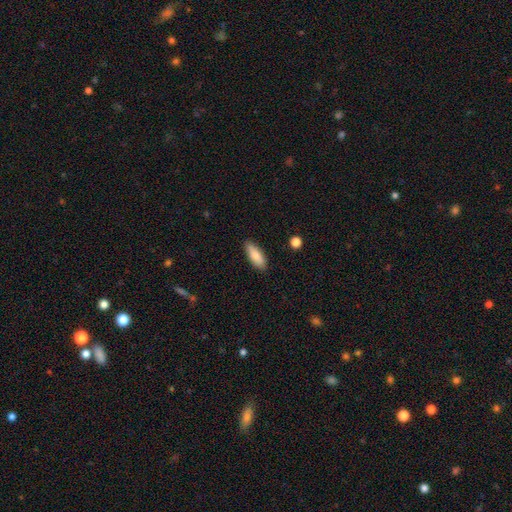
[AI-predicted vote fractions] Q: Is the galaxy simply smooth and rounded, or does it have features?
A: smooth — 84%.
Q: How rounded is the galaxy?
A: in between — 66%.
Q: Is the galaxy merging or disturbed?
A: none — 86%.